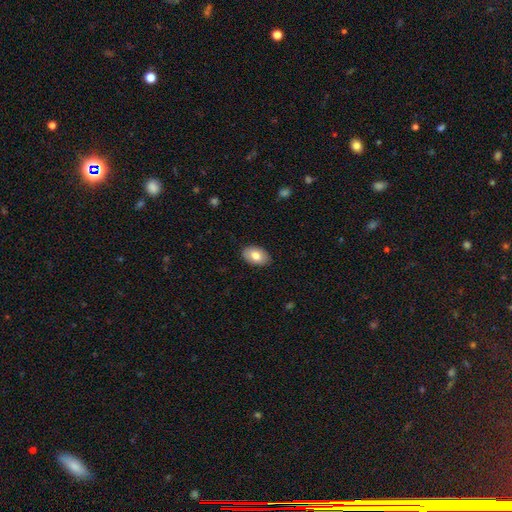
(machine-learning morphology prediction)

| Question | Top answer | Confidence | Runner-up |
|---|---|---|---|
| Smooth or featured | smooth | 79% | featured or disk (14%) |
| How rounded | in between | 89% | round (10%) |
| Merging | none | 88% | minor disturbance (9%) |